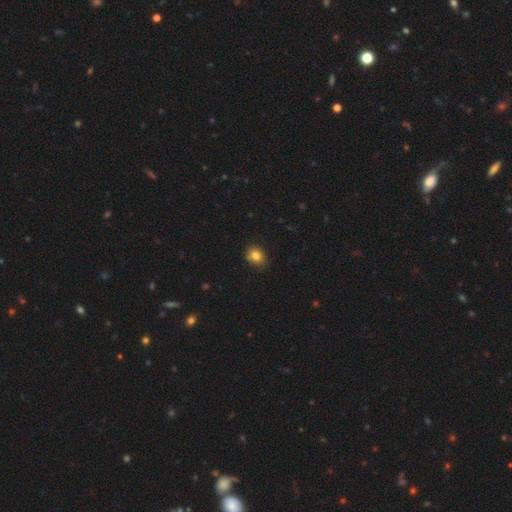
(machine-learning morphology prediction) Smooth or featured?
  - smooth: 83% *
  - star or artifact: 11%
  - featured or disk: 7%
How rounded?
  - round: 60% *
  - in between: 39%
  - cigar-shaped: 1%
Merging?
  - none: 82% *
  - minor disturbance: 15%
  - major disturbance: 2%
  - merger: 1%